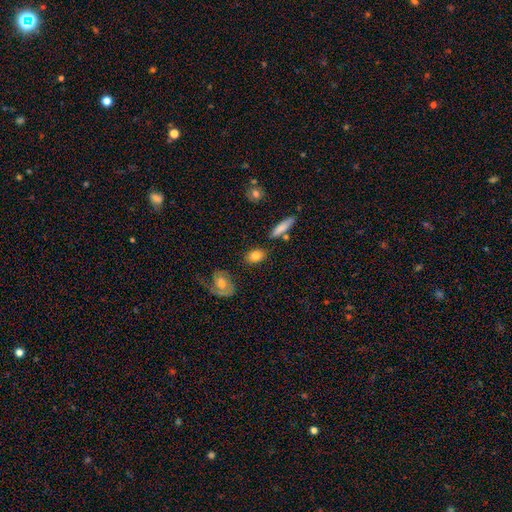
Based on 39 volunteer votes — Q: Smooth or featured?
A: smooth (85%); runner-up: featured or disk (10%)
Q: How rounded?
A: in between (94%); runner-up: round (6%)
Q: Merging?
A: none (73%); runner-up: minor disturbance (22%)